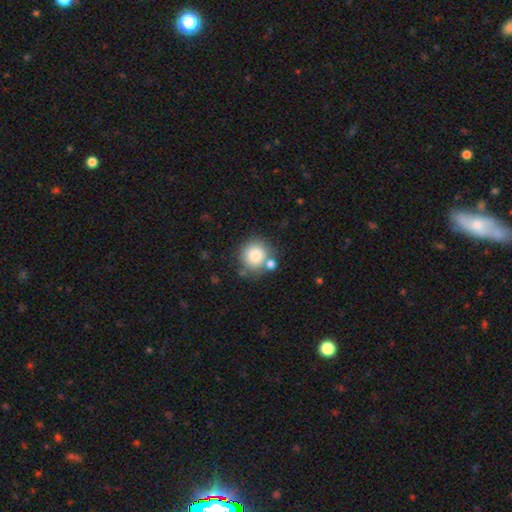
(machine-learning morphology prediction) Smooth or featured? smooth (83%)
How rounded? round (89%)
Merging? none (67%)